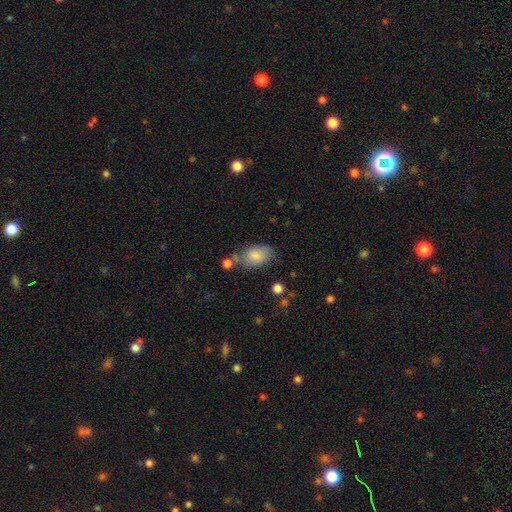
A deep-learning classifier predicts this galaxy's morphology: Smooth or featured?
  - smooth: 83% *
  - featured or disk: 10%
  - star or artifact: 7%
How rounded?
  - in between: 87% *
  - round: 12%
  - cigar-shaped: 1%
Merging?
  - none: 56% *
  - minor disturbance: 24%
  - merger: 12%
  - major disturbance: 8%